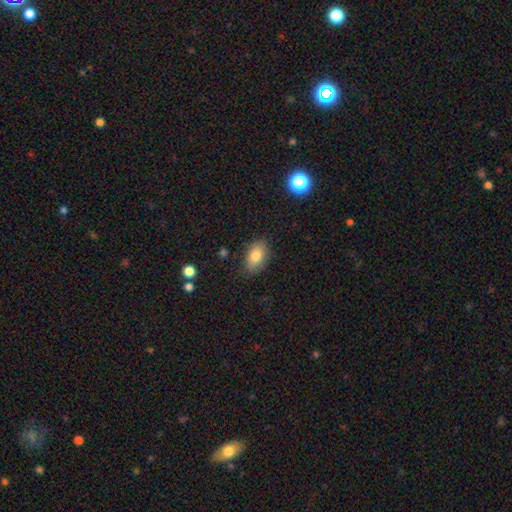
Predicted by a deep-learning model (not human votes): Morphology: type=smooth (83%); roundness=in between (90%); merging=none (82%).